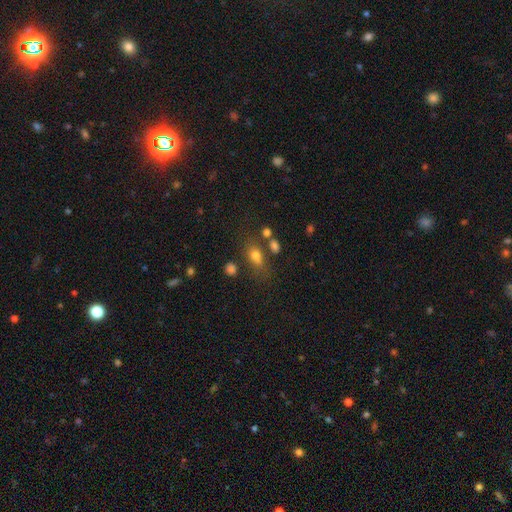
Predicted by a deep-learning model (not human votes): Smooth or featured?
  - smooth: 71% *
  - star or artifact: 16%
  - featured or disk: 13%
How rounded?
  - in between: 70% *
  - round: 25%
  - cigar-shaped: 5%
Merging?
  - none: 58% *
  - minor disturbance: 17%
  - merger: 15%
  - major disturbance: 9%